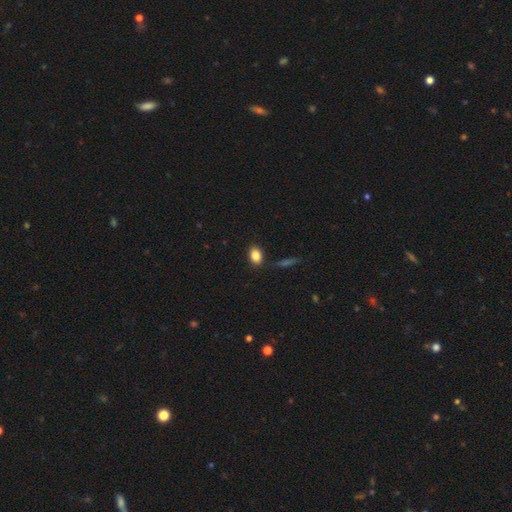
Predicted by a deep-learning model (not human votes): smooth 85%, star or artifact 9%, featured or disk 6%. Down the decision tree: how rounded — in between (78%); merging — none (85%).